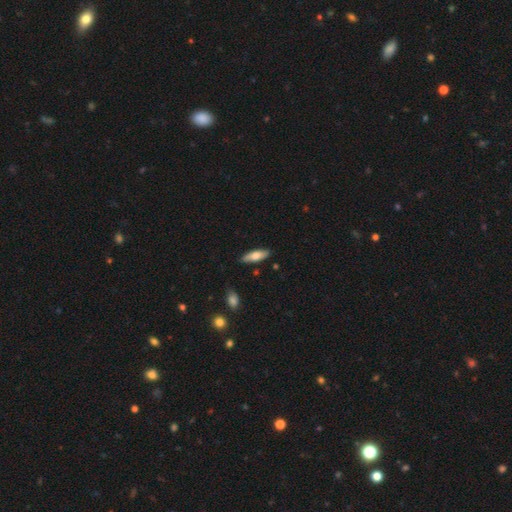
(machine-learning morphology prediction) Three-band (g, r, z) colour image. It shows a smooth galaxy with no disk features (71%) that is in between round and cigar-shaped (55%). Merging: none (84%).